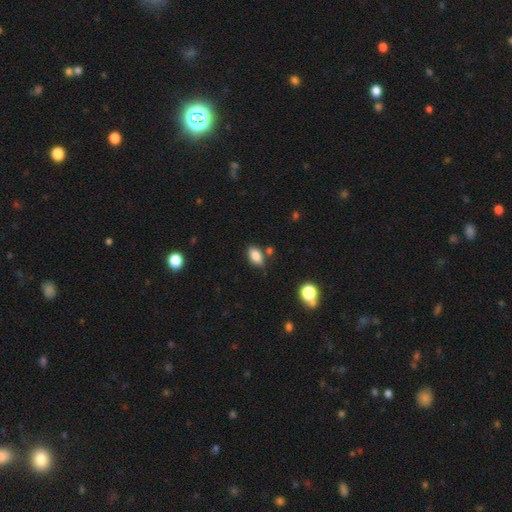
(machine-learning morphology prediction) The model was most divided on "merging": none: 77%, minor disturbance: 14%, merger: 6%, major disturbance: 3%. More confident: how rounded — in between (90%); smooth or featured — smooth (84%).